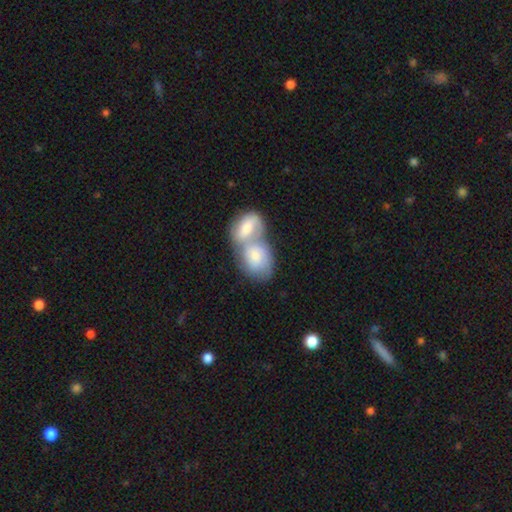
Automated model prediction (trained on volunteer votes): A smooth galaxy with no disk features (64%) that is in between round and cigar-shaped (75%).

Vote fractions:
- Smooth or featured? smooth: 64% / featured or disk: 31% / star or artifact: 5%
- How rounded? in between: 75% / round: 24% / cigar-shaped: 2%
- Merging? merger: 76% / none: 13% / minor disturbance: 6% / major disturbance: 4%